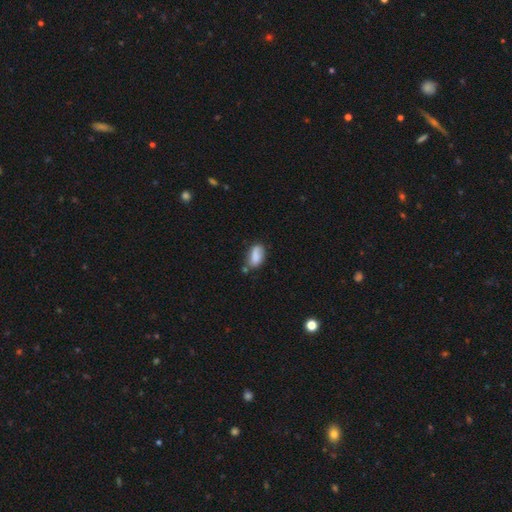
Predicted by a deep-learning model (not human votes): Smooth or featured? smooth (77%)
How rounded? in between (89%)
Merging? none (53%)